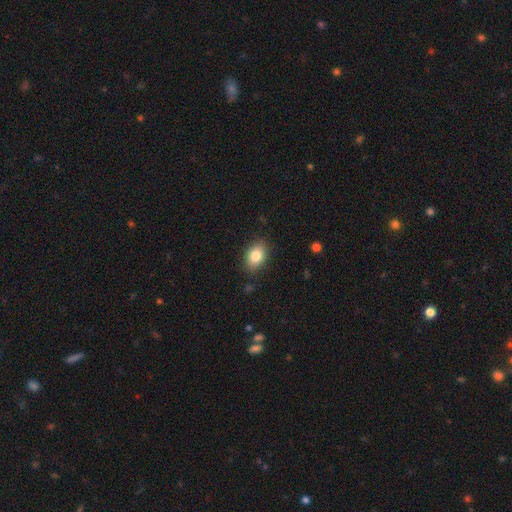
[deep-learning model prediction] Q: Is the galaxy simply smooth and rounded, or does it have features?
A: smooth — 83%.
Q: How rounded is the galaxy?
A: in between — 81%.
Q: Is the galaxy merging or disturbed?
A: none — 85%.